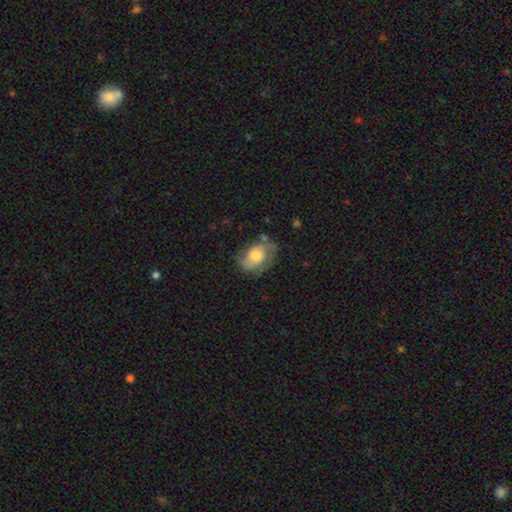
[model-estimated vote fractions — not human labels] Smooth or featured: smooth — 50% (featured or disk — 43%)
Merging: none — 60% (minor disturbance — 26%)